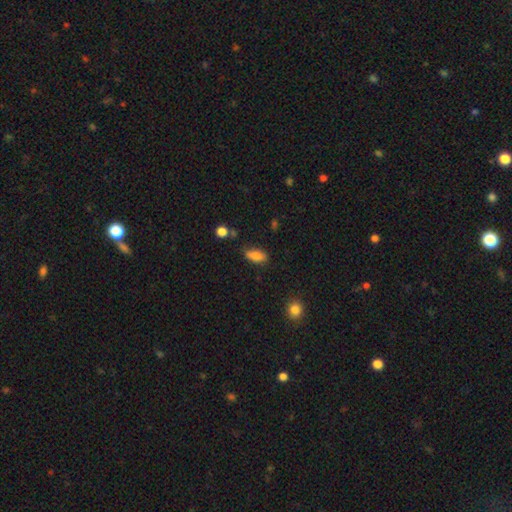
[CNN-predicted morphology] type=smooth (82%); roundness=in between (81%); merging=none (71%).